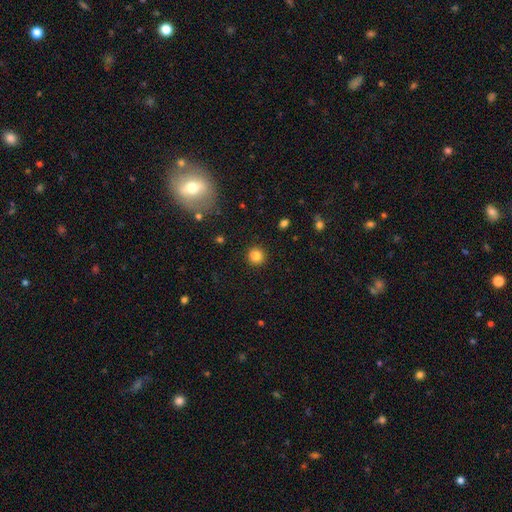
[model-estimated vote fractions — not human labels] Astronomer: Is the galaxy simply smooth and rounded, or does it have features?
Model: smooth — 83%.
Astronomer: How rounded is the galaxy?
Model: round — 93%.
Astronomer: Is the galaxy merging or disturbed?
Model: none — 92%.